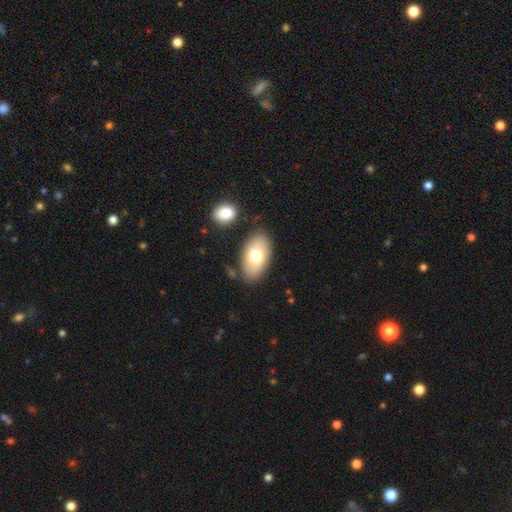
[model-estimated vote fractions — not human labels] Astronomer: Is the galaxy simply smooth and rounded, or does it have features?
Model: smooth — 72%.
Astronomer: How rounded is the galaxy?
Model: in between — 94%.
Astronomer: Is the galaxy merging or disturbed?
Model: none — 80%.